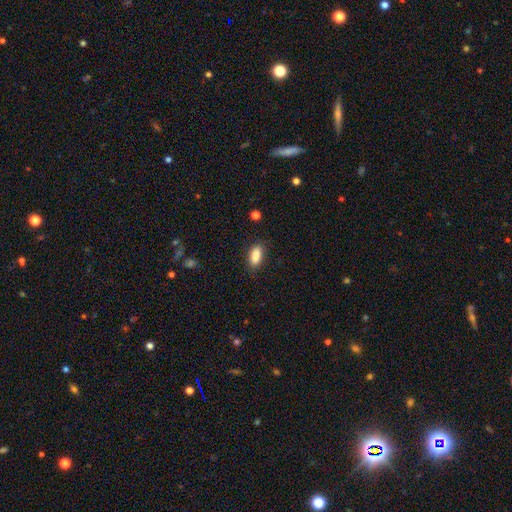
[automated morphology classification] smooth_or_featured: smooth (p=0.88) [alt: star or artifact p=0.08]
how_rounded: in between (p=0.87) [alt: cigar-shaped p=0.09]
merging: none (p=0.83) [alt: minor disturbance p=0.12]